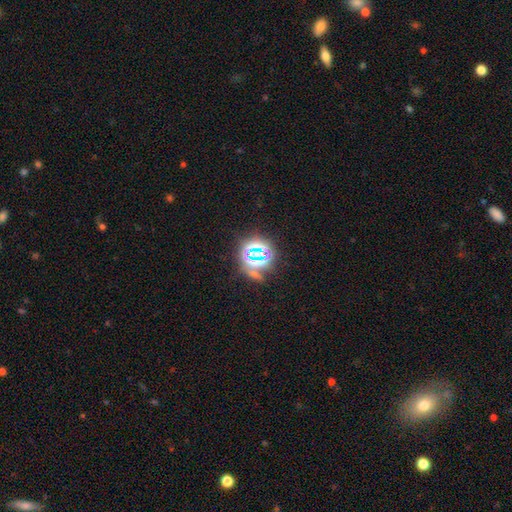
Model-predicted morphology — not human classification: A star or artifact, not a galaxy (70%).